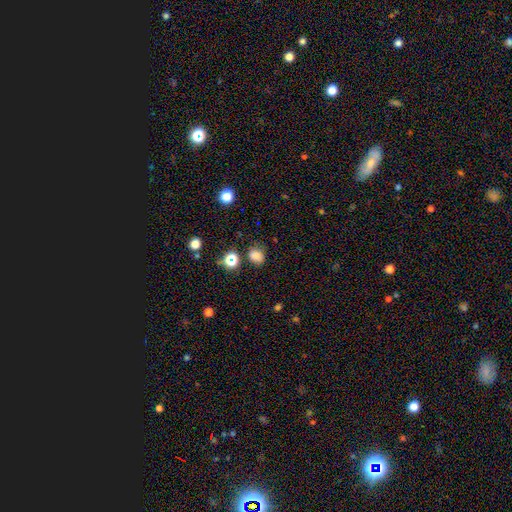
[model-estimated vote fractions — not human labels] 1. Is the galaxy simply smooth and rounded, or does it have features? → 76% smooth, 19% star or artifact, 5% featured or disk.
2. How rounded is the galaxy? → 50% round, 48% in between, 1% cigar-shaped.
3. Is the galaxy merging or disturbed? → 73% none, 17% minor disturbance, 6% major disturbance, 5% merger.